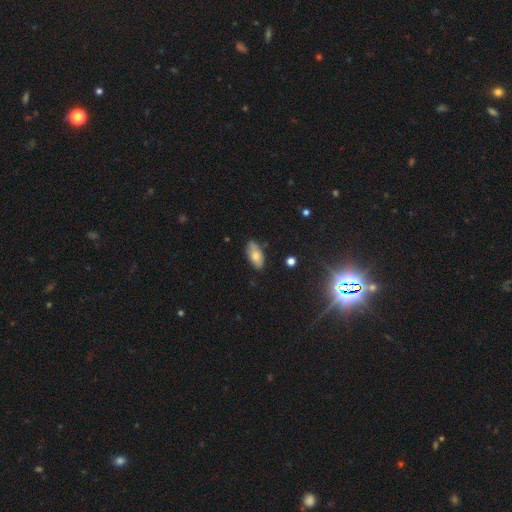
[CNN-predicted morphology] type=smooth (74%); roundness=in between (90%); merging=none (78%).